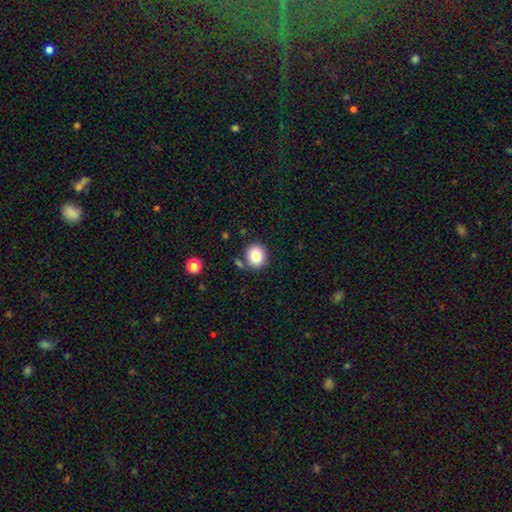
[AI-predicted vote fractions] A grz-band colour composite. It shows a smooth galaxy with no disk features (83%) that is round (79%). Merging: none (81%).